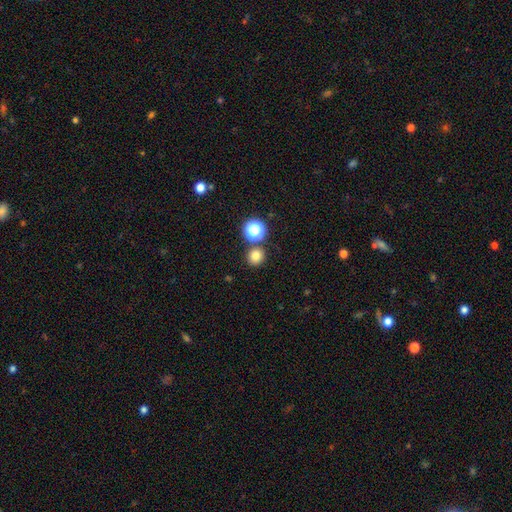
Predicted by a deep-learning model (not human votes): smooth 78%, star or artifact 17%, featured or disk 6%. Down the decision tree: how rounded — round (91%); merging — none (80%).